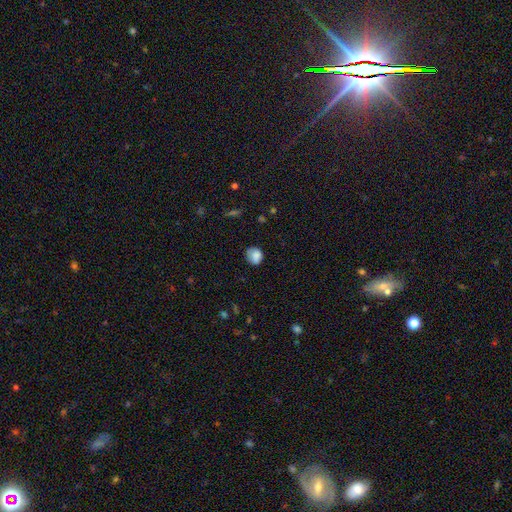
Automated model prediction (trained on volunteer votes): Morphology: type=smooth (83%); roundness=round (72%); merging=none (67%).